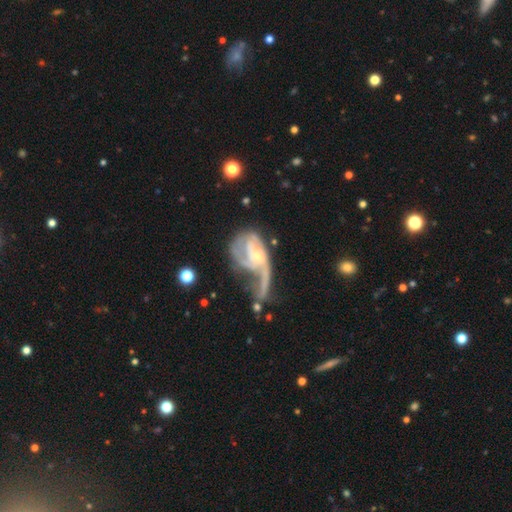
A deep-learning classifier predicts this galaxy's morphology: Smooth or featured: featured or disk — 82% (smooth — 10%)
Edge-on disk: no — 97% (yes — 3%)
Bar: no — 62% (weak — 30%)
Spiral arms: yes — 89% (no — 11%)
Spiral winding: medium — 41% (loose — 37%)
Spiral arm count: 2 — 40% (can't tell — 18%)
Bulge size: small — 60% (moderate — 29%)
Merging: major disturbance — 51% (none — 19%)